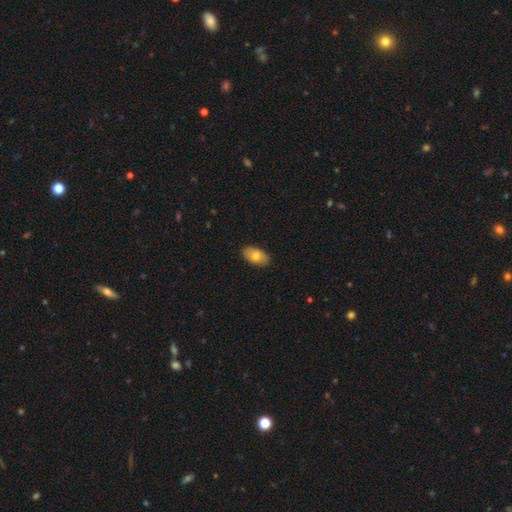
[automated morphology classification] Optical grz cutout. It shows a smooth galaxy with no disk features (73%) that is in between round and cigar-shaped (93%). Merging: none (87%).